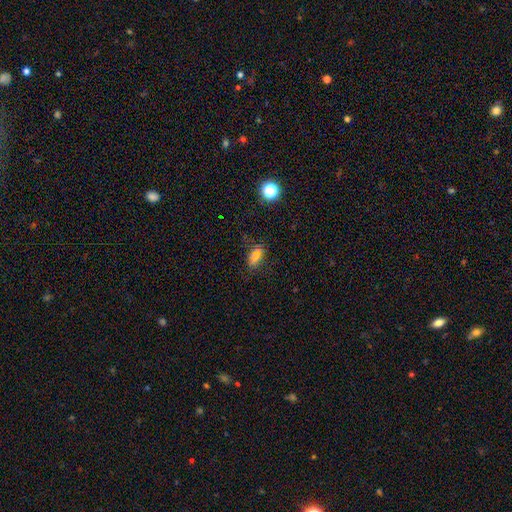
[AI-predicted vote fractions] Q: Smooth or featured?
A: smooth (64%); runner-up: star or artifact (26%)
Q: How rounded?
A: in between (83%); runner-up: round (12%)
Q: Merging?
A: none (76%); runner-up: minor disturbance (16%)